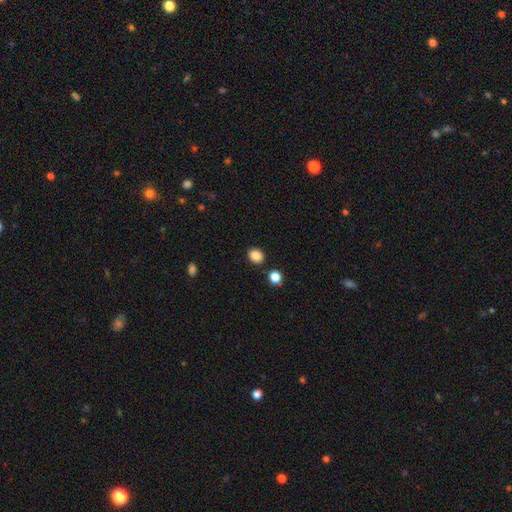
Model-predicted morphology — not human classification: This appears to be a smooth galaxy with no disk features (86%) that is round (63%). Merging: none (87%).